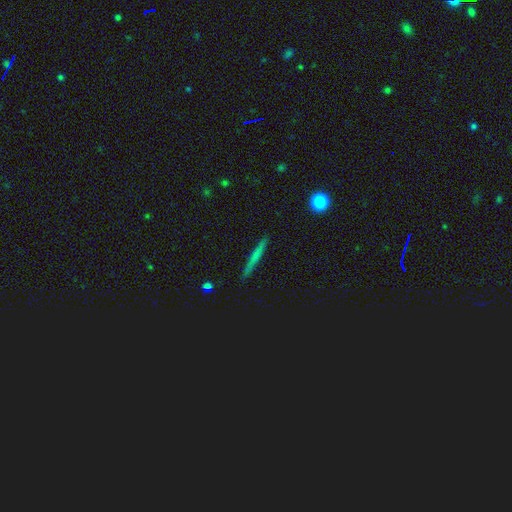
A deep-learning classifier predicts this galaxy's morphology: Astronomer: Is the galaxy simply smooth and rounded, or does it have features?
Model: smooth — 56% (runner-up: featured or disk, 32%).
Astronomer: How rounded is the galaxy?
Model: cigar-shaped — 94%.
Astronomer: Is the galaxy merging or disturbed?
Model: none — 90%.